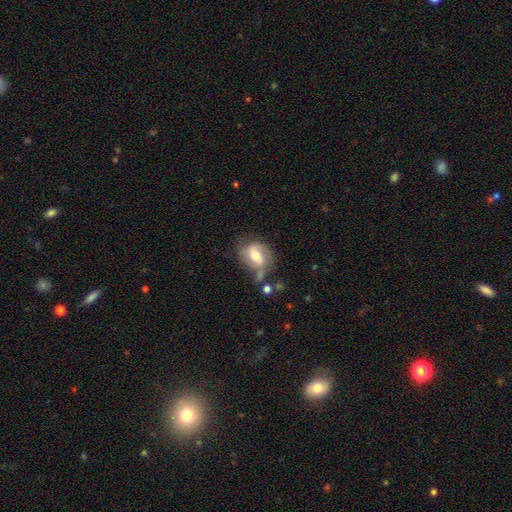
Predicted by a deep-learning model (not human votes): featured or disk 57%, smooth 35%, star or artifact 8%. Down the decision tree: edge-on disk — no (96%); bar — weak (46%); spiral arms — yes (78%); bulge size — moderate (65%); merging — none (46%).